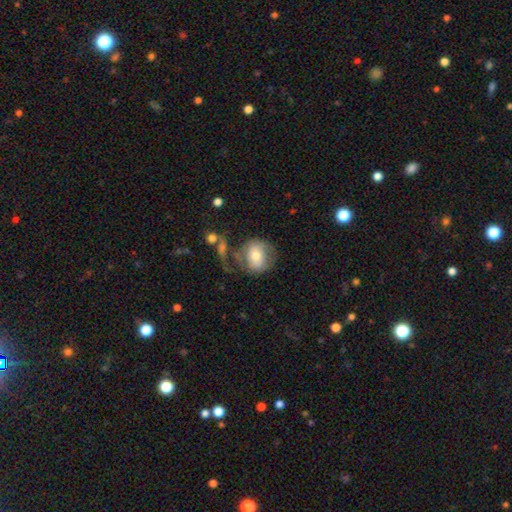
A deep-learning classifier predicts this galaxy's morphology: This is possibly a smooth galaxy (55%). How rounded: likely round (71%). Merging: possibly none (47%).